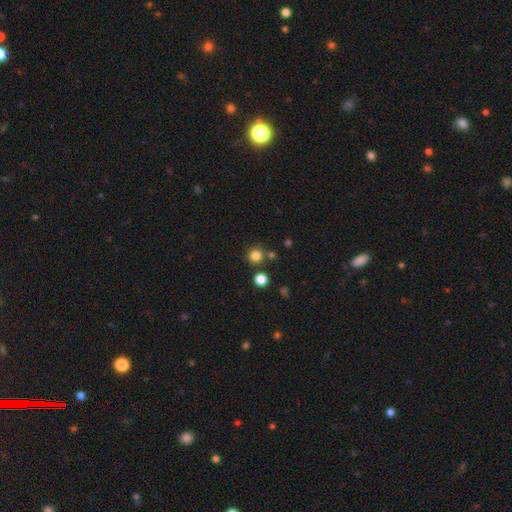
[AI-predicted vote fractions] This is clearly a smooth galaxy (81%). How rounded: clearly round (93%). Merging: clearly none (80%).